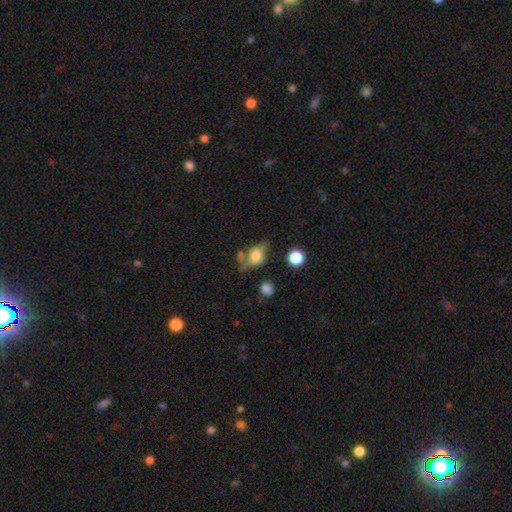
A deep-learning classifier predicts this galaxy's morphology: type=smooth (58%); roundness=in between (69%); merging=none (40%).